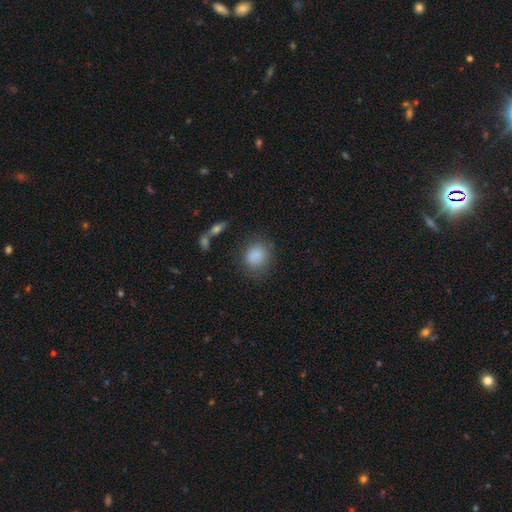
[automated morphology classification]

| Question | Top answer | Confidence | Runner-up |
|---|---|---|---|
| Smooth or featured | smooth | 87% | star or artifact (8%) |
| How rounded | round | 69% | in between (30%) |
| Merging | none | 75% | minor disturbance (15%) |